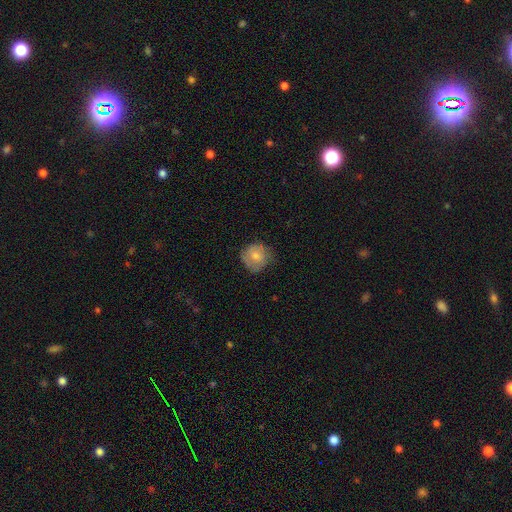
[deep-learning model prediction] smooth 65%, featured or disk 28%, star or artifact 7%. Down the decision tree: how rounded — round (86%); merging — none (66%).